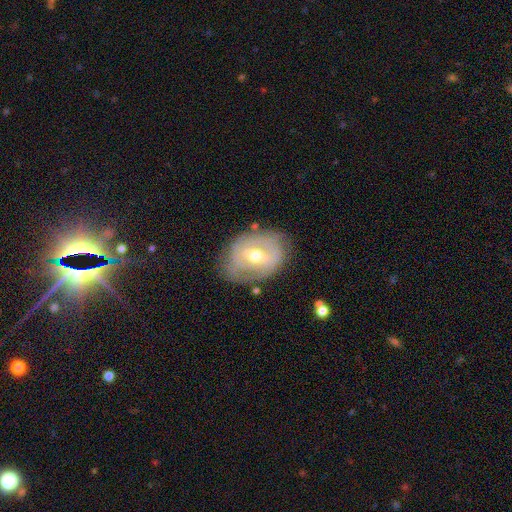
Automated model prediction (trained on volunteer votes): The model was most divided on "bar": weak: 50%, strong: 28%, no: 22%. More confident: edge-on disk — no (95%); smooth or featured — featured or disk (73%); bulge size — moderate (72%); merging — none (68%); spiral arms — yes (66%).